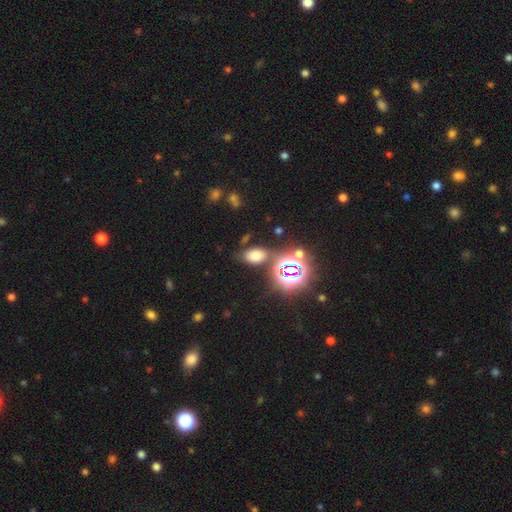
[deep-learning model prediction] A smooth galaxy with no disk features (61%) that is in between round and cigar-shaped (85%). Merging: none (72%).